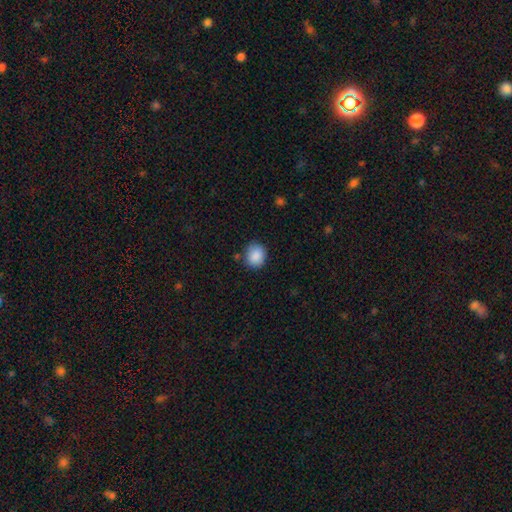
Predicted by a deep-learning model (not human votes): Q: Smooth or featured?
A: smooth (89%); runner-up: star or artifact (8%)
Q: How rounded?
A: round (70%); runner-up: in between (29%)
Q: Merging?
A: none (81%); runner-up: minor disturbance (13%)